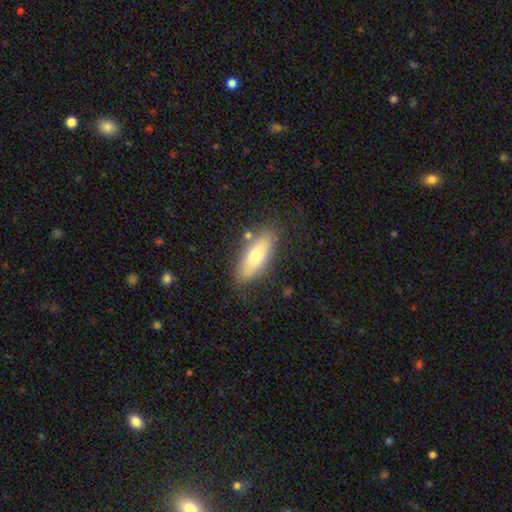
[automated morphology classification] type=smooth (62%); roundness=in between (66%); merging=none (78%).